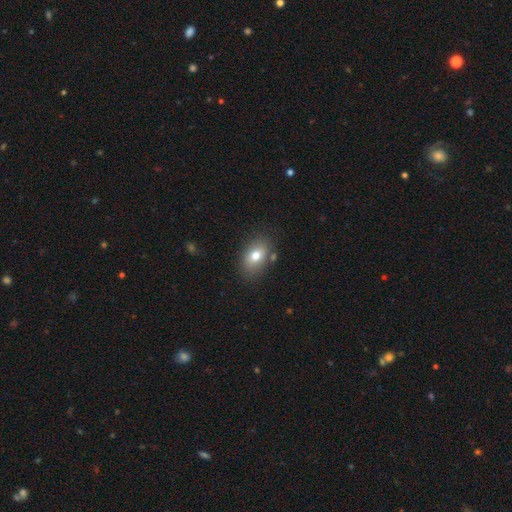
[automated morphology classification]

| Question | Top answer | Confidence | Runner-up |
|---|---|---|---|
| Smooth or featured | smooth | 76% | featured or disk (15%) |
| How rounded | in between | 85% | round (14%) |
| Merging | none | 78% | minor disturbance (14%) |